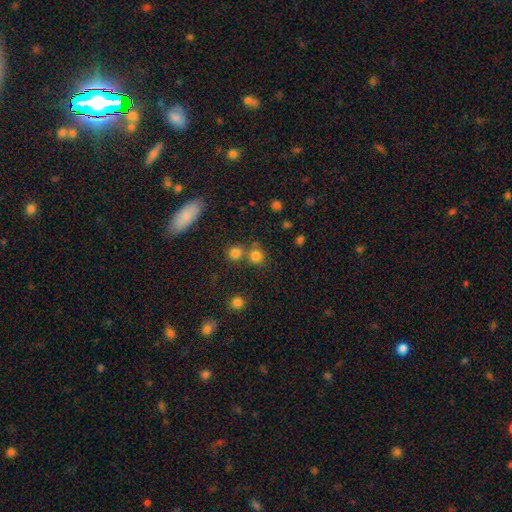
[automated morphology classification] A smooth galaxy with no disk features (79%) that is round (88%). Merging: none (64%).